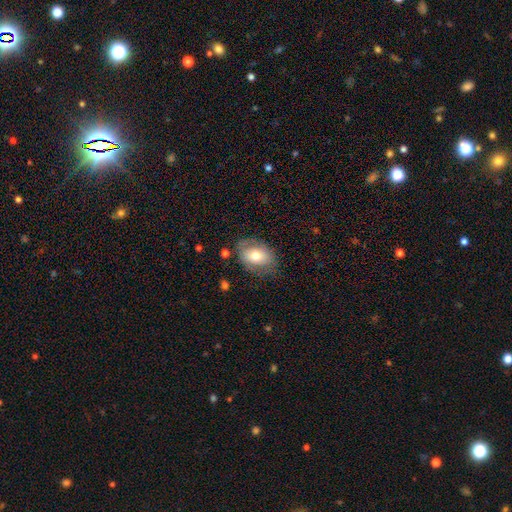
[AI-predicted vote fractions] A smooth galaxy with no disk features (65%) that is in between round and cigar-shaped (77%). Merging: none (70%).